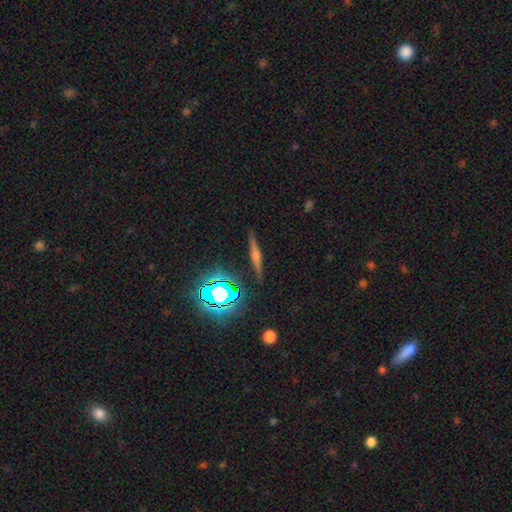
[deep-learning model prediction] This is possibly a featured or disk galaxy (57%). It is clearly viewed edge-on (95%). Edge-on bulge: likely rounded (79%). Merging: clearly none (89%).